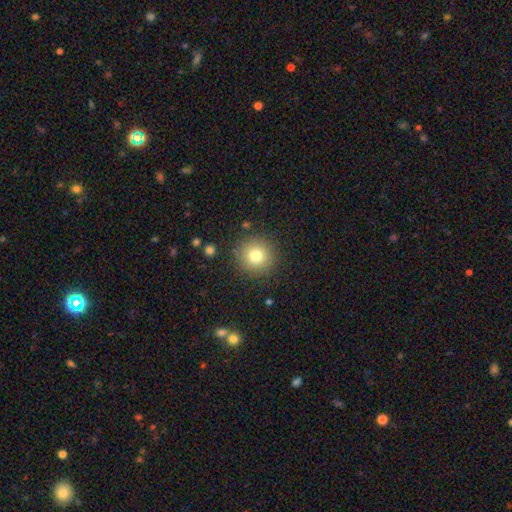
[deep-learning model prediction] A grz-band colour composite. It shows a smooth galaxy with no disk features (77%) that is round (95%). Merging: none (88%).